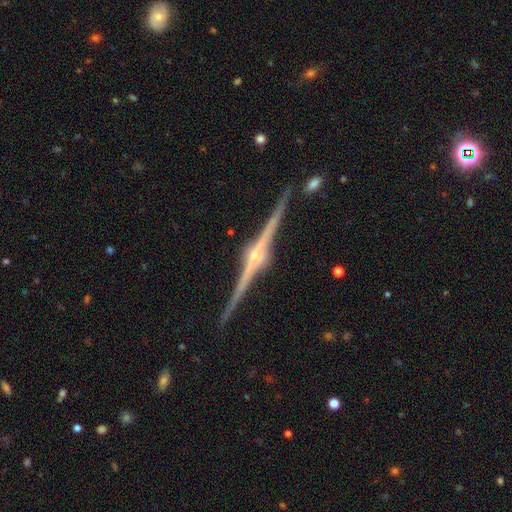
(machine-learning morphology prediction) This appears to be a featured or disk galaxy (91%) viewed edge-on (99%) with a rounded central bulge (83%). Merging: none (90%).